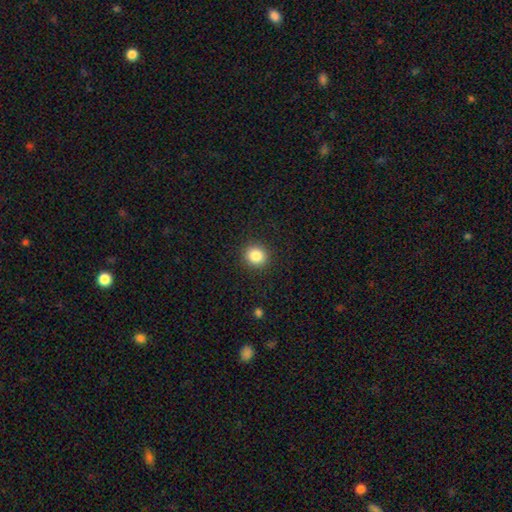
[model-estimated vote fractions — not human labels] smooth_or_featured: smooth (p=0.85) [alt: star or artifact p=0.10]
how_rounded: round (p=0.88) [alt: in between p=0.11]
merging: none (p=0.91) [alt: minor disturbance p=0.06]